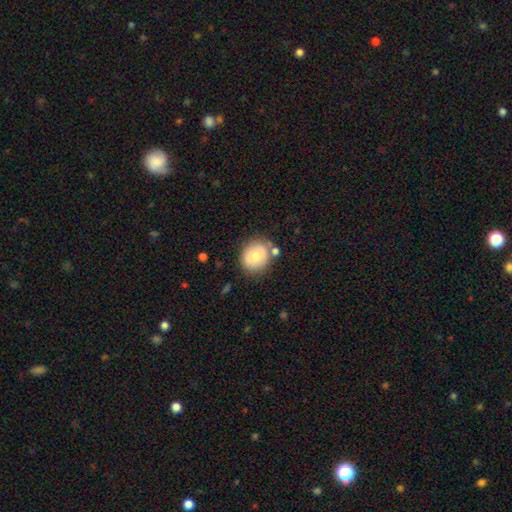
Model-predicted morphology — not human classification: A smooth galaxy with no disk features (69%) that is round (75%). Merging: none (71%).